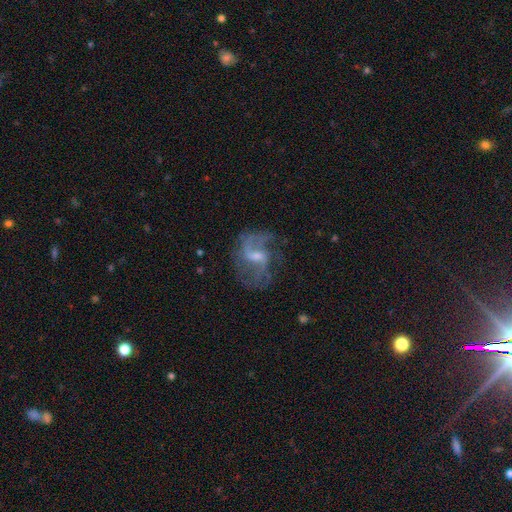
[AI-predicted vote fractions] smooth-or-featured: featured or disk: 81% | smooth: 10% | star or artifact: 9%
  disk-edge-on: no: 97% | yes: 3%
    bar: weak: 59% | no: 24% | strong: 17%
    has-spiral-arms: yes: 92% | no: 8%
      spiral-winding: loose: 51% | medium: 39% | tight: 10%
      spiral-arm-count: 2: 66% | can't tell: 13% | 3: 8% | 1: 7% | 4: 3% | more than 4: 2%
    bulge-size: small: 46% | moderate: 39% | none: 11% | large: 3% | dominant: 1%
  merging: none: 61% | minor disturbance: 19% | major disturbance: 18% | merger: 2%